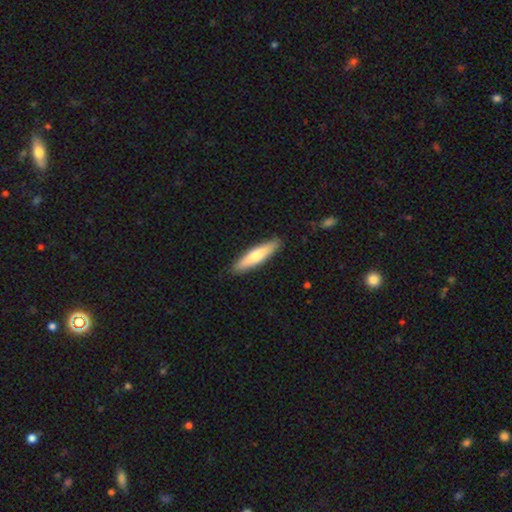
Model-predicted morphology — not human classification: Smooth or featured? smooth (66%)
How rounded? cigar-shaped (81%)
Merging? none (90%)